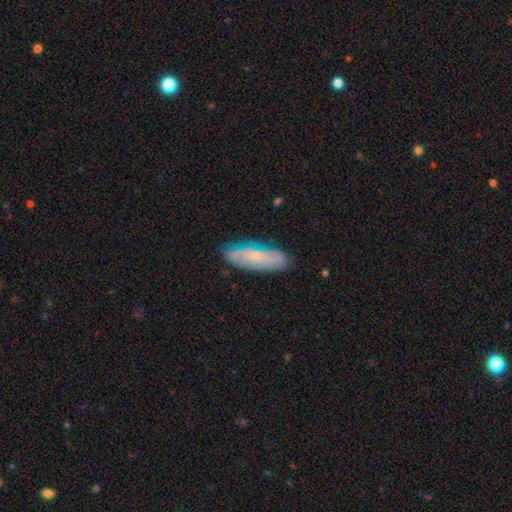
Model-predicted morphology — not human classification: The model was most divided on "smooth or featured": featured or disk: 49%, smooth: 43%, star or artifact: 7%. More confident: merging — none (76%).